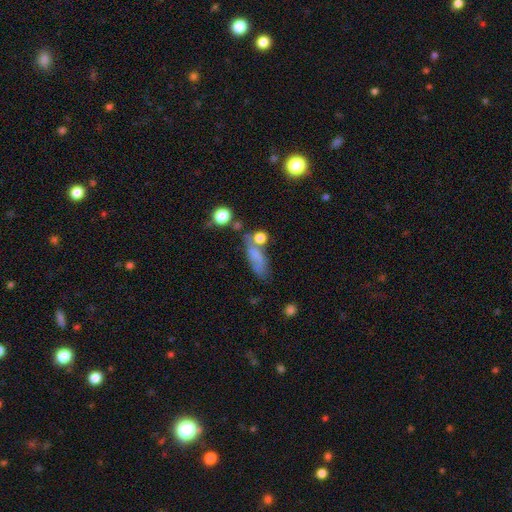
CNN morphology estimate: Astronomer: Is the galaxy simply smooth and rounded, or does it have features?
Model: smooth — 62%.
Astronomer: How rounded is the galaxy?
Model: in between — 54% (runner-up: cigar-shaped, 39%).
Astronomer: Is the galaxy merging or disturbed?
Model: none — 47% (runner-up: minor disturbance, 24%).